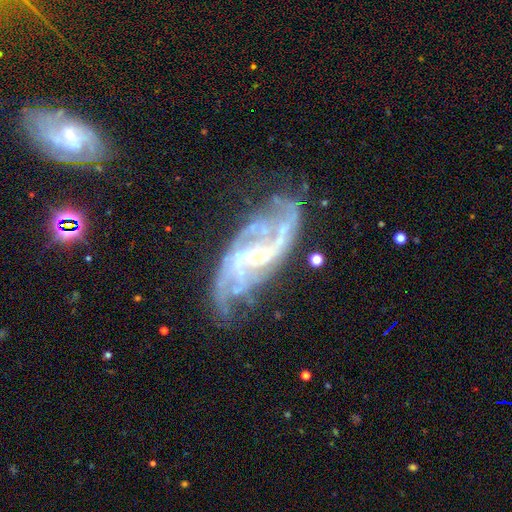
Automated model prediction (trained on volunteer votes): featured or disk 87%, star or artifact 7%, smooth 6%. Down the decision tree: edge-on disk — no (94%); bar — weak (46%); spiral arms — yes (95%); spiral arm count — 2 (45%); spiral winding — medium (44%); bulge size — small (63%); merging — none (58%).